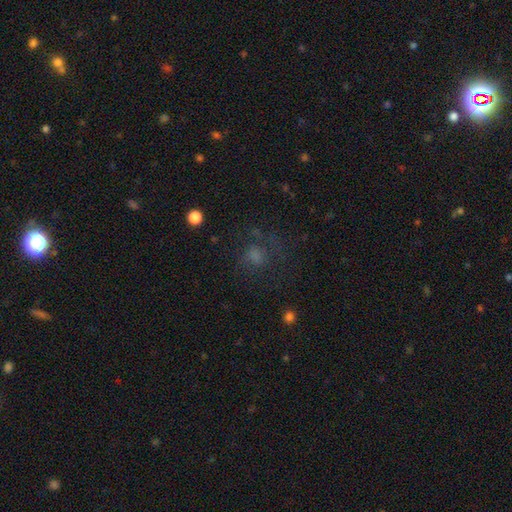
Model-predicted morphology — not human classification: Smooth or featured?
  - smooth: 55% *
  - featured or disk: 23%
  - star or artifact: 22%
How rounded?
  - round: 72% *
  - in between: 27%
  - cigar-shaped: 1%
Merging?
  - none: 54% *
  - major disturbance: 26%
  - minor disturbance: 17%
  - merger: 3%